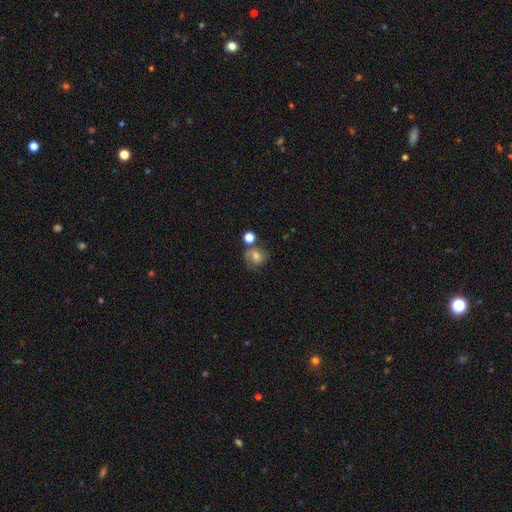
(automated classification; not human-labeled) smooth-or-featured: smooth: 59% | featured or disk: 27% | star or artifact: 13%
  how-rounded: round: 78% | in between: 21% | cigar-shaped: 1%
  merging: none: 56% | minor disturbance: 19% | merger: 16% | major disturbance: 9%